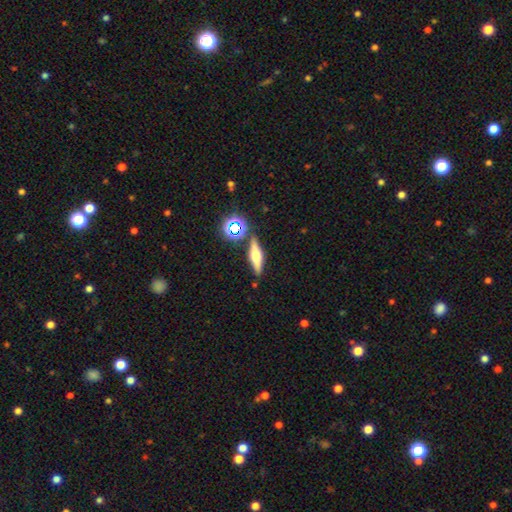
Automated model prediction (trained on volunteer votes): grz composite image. It shows a featured or disk galaxy (49%). Merging: none (83%).